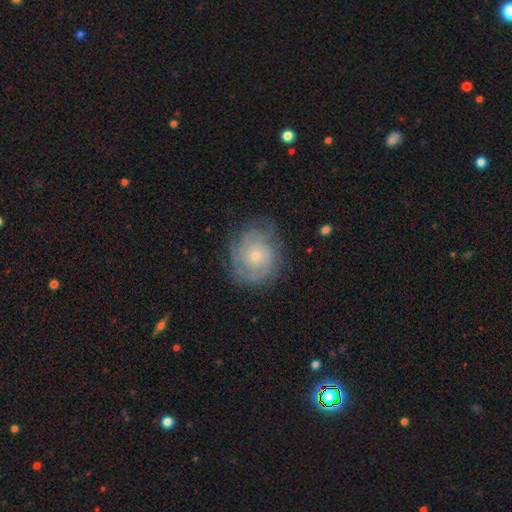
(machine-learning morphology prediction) A featured or disk galaxy (78%) with no bar (81%), tight (74%) spiral arms (93%) and a small central bulge (72%).

Vote fractions:
- Smooth or featured? featured or disk: 78% / smooth: 16% / star or artifact: 7%
- Edge-on disk? no: 98% / yes: 2%
- Bar? no: 81% / weak: 16% / strong: 3%
- Spiral arms? yes: 93% / no: 7%
- Spiral winding? tight: 74% / medium: 21% / loose: 5%
- Spiral arm count? can't tell: 37% / 3: 20% / 2: 19% / 4: 11% / 1: 6% / more than 4: 6%
- Bulge size? small: 72% / moderate: 24% / none: 2% / large: 1% / dominant: 1%
- Merging? none: 76% / minor disturbance: 16% / major disturbance: 6% / merger: 1%